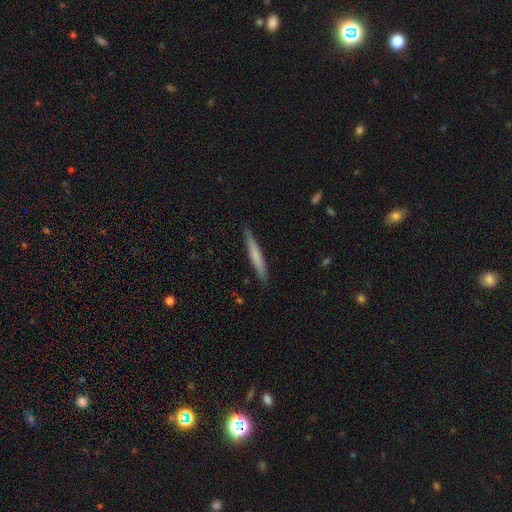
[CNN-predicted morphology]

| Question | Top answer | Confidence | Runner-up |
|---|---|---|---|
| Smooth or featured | smooth | 62% | featured or disk (33%) |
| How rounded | cigar-shaped | 96% | in between (3%) |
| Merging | none | 91% | minor disturbance (7%) |